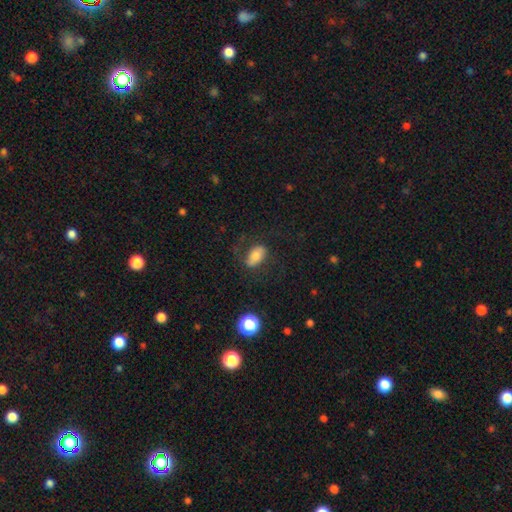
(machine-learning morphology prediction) smooth 67%, featured or disk 23%, star or artifact 10%. Down the decision tree: how rounded — in between (88%); merging — none (68%).